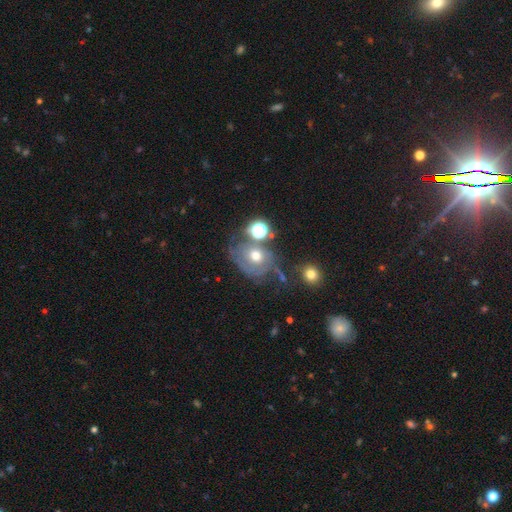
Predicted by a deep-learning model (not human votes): This is possibly a featured or disk galaxy (47%). Merging: marginally none (43%).